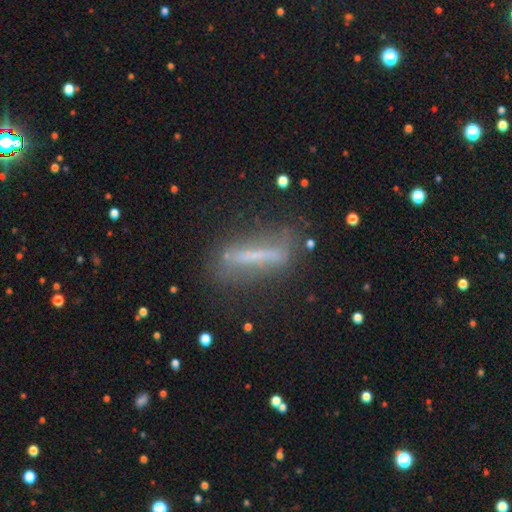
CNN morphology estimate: This appears to be a featured or disk galaxy (55%) viewed edge-on (61%). Merging: none (71%).